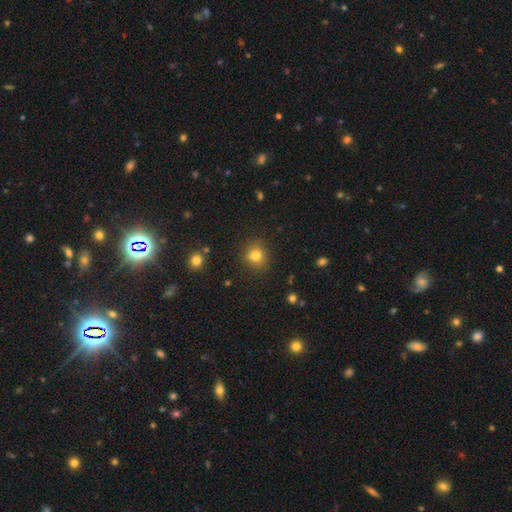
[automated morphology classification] This appears to be a smooth galaxy with no disk features (80%) that is round (83%). Merging: none (82%).